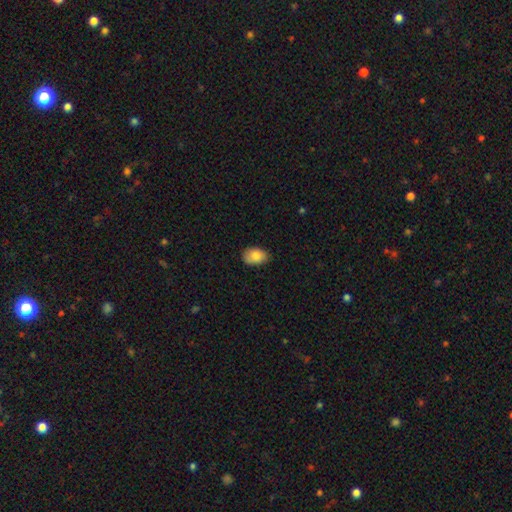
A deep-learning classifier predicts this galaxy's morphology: Smooth or featured? Predicted: smooth (p=0.85). How rounded? Predicted: in between (p=0.86). Merging? Predicted: none (p=0.79).